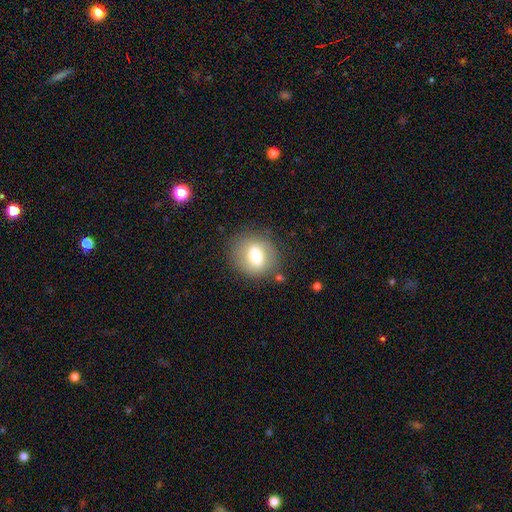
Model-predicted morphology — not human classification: A smooth galaxy with no disk features (66%) that is round (75%).

Vote fractions:
- Smooth or featured? smooth: 66% / featured or disk: 25% / star or artifact: 9%
- How rounded? round: 75% / in between: 24% / cigar-shaped: 1%
- Merging? none: 79% / minor disturbance: 13% / major disturbance: 6% / merger: 3%